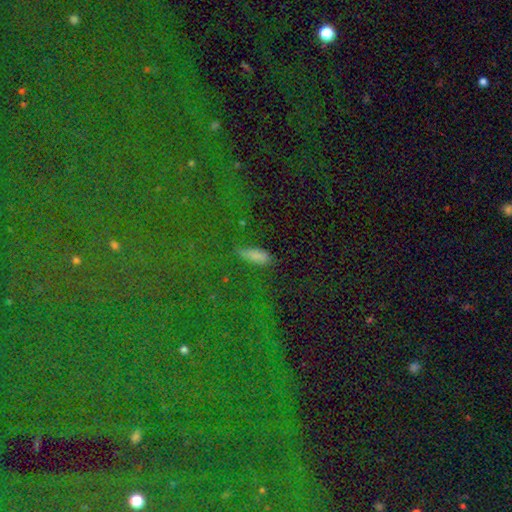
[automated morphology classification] Smooth or featured? Predicted: smooth (p=0.70). How rounded? Predicted: in between (p=0.56). Merging? Predicted: none (p=0.69).